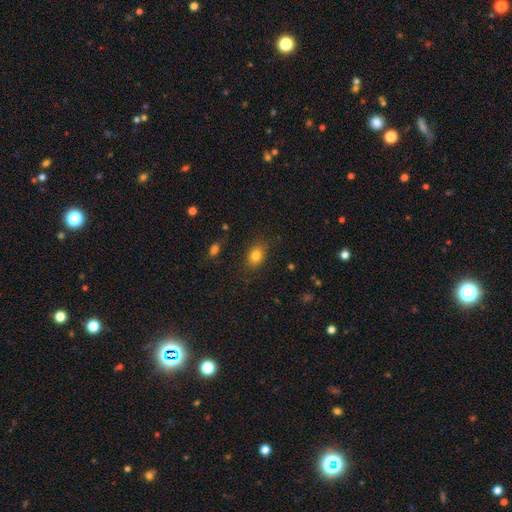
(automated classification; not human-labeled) smooth_or_featured: smooth (p=0.82) [alt: star or artifact p=0.10]
how_rounded: in between (p=0.76) [alt: round p=0.22]
merging: none (p=0.82) [alt: minor disturbance p=0.13]